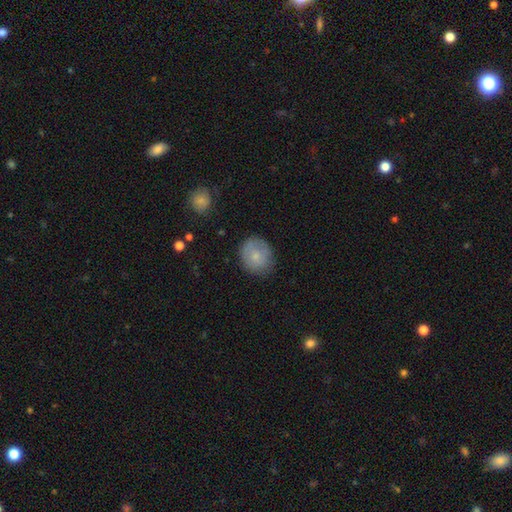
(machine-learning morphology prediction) Smooth or featured? Predicted: smooth (p=0.72). How rounded? Predicted: round (p=0.75). Merging? Predicted: none (p=0.76).